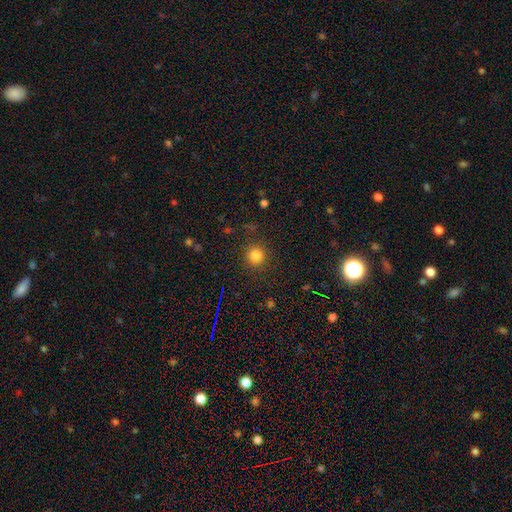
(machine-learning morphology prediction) type=smooth (82%); roundness=round (93%); merging=none (89%).